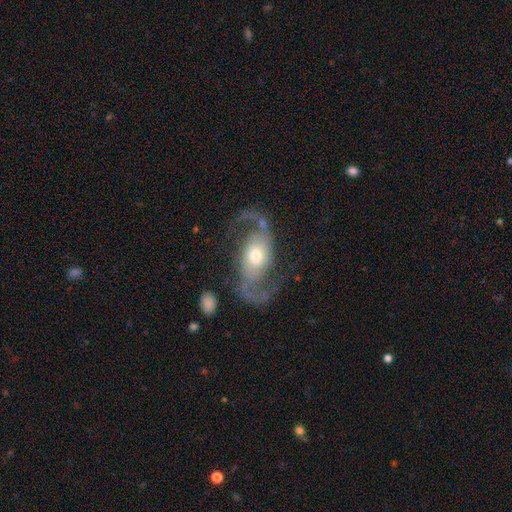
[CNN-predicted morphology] A featured or disk galaxy (86%) with no bar (58%), 2 (93%) loose (62%) spiral arms (95%) and a moderate central bulge (62%).

Vote fractions:
- Smooth or featured? featured or disk: 86% / smooth: 9% / star or artifact: 5%
- Edge-on disk? no: 96% / yes: 4%
- Bar? no: 58% / weak: 29% / strong: 13%
- Spiral arms? yes: 95% / no: 5%
- Spiral winding? loose: 62% / medium: 31% / tight: 7%
- Spiral arm count? 2: 93% / 1: 2% / can't tell: 2% / 3: 1% / 4: 1% / more than 4: 1%
- Bulge size? moderate: 62% / small: 23% / large: 12% / dominant: 2% / none: 1%
- Merging? none: 66% / major disturbance: 16% / minor disturbance: 15% / merger: 3%